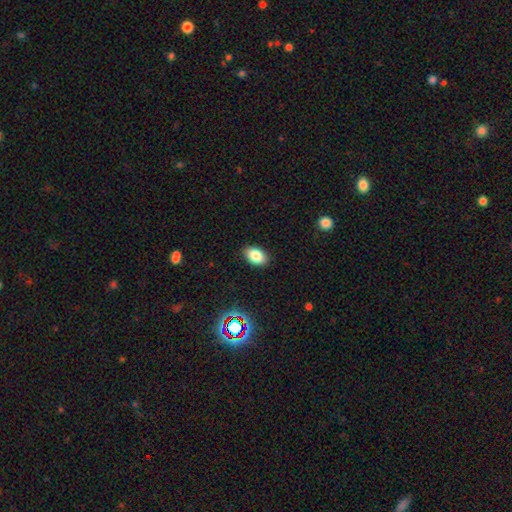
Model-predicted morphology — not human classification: A smooth galaxy with no disk features (84%) that is in between round and cigar-shaped (90%).

Vote fractions:
- Smooth or featured? smooth: 84% / star or artifact: 10% / featured or disk: 7%
- How rounded? in between: 90% / round: 9% / cigar-shaped: 1%
- Merging? none: 89% / minor disturbance: 8% / major disturbance: 2% / merger: 1%